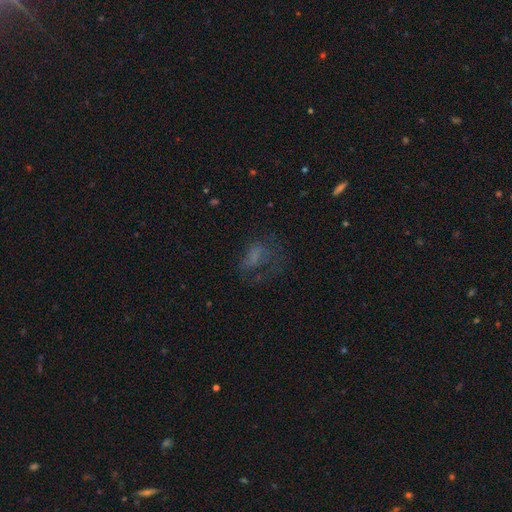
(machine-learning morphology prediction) Smooth or featured? Predicted: smooth (p=0.47). Merging? Predicted: major disturbance (p=0.42).